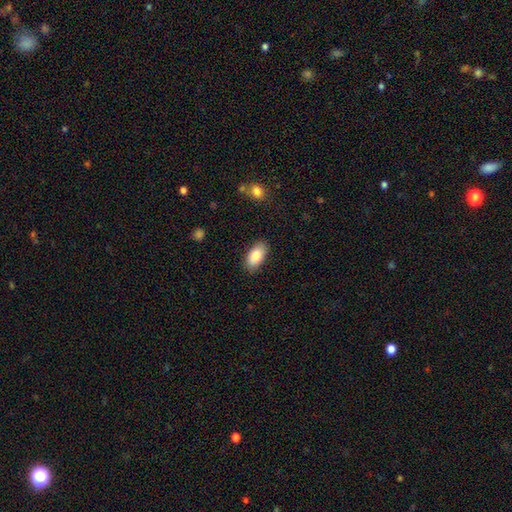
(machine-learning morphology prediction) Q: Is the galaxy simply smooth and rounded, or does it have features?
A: smooth — 85%.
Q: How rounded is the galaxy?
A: in between — 93%.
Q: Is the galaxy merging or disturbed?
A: none — 87%.